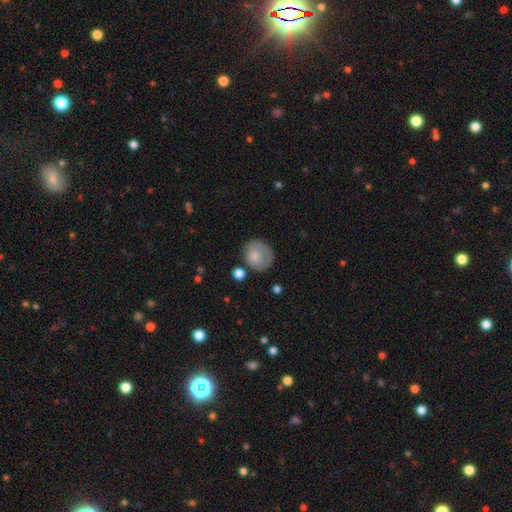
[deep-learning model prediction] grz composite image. It shows a smooth galaxy with no disk features (75%) that is round (80%). Merging: none (63%).